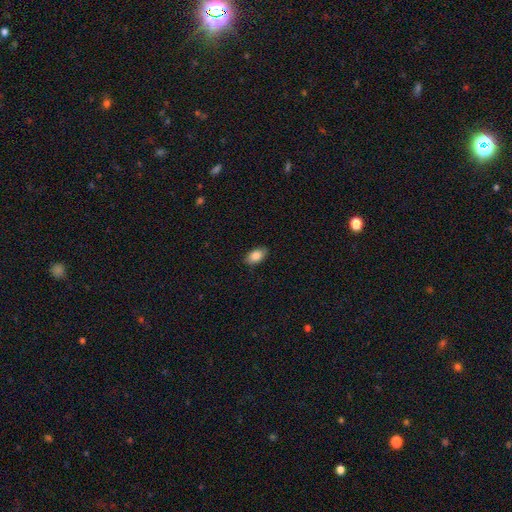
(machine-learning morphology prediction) This is clearly a smooth galaxy (86%). How rounded: clearly in between (91%). Merging: clearly none (85%).